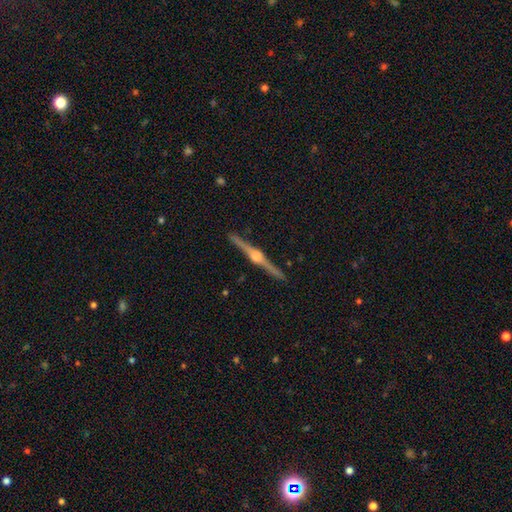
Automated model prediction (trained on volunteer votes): Smooth or featured? featured or disk (89%)
Edge-on disk? yes (99%)
Edge-on bulge? rounded (92%)
Merging? none (92%)